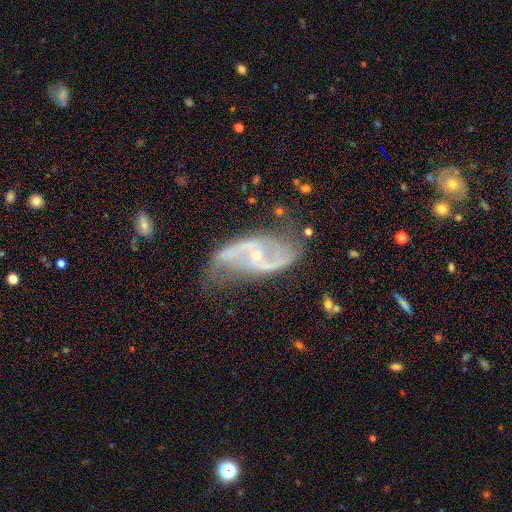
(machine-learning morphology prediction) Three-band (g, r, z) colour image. It shows a featured or disk galaxy (88%) with no bar (49%), 2 (90%) loose (52%) spiral arms (95%) and a small central bulge (75%). Merging: none (61%).